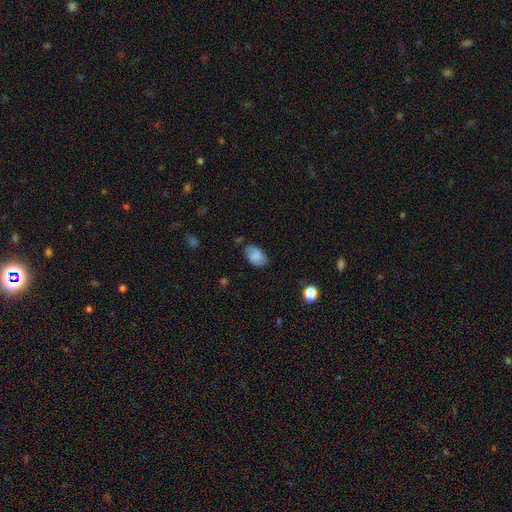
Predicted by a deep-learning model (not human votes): Overall: smooth (72%). How rounded: in between (89%). Merging: none (75%).